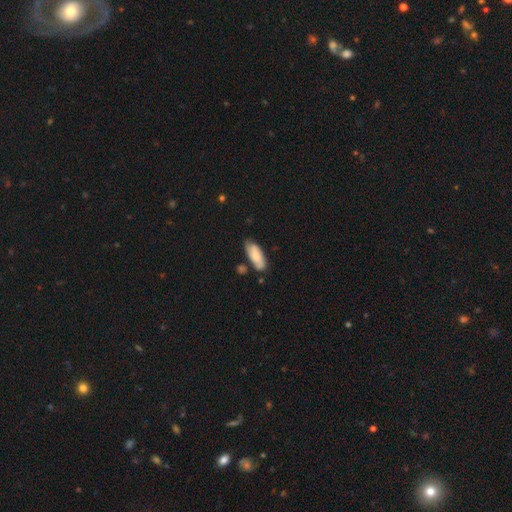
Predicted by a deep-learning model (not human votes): A smooth galaxy with no disk features (71%) that is in between round and cigar-shaped (75%).

Vote fractions:
- Smooth or featured? smooth: 71% / featured or disk: 23% / star or artifact: 7%
- How rounded? in between: 75% / cigar-shaped: 23% / round: 2%
- Merging? none: 68% / minor disturbance: 21% / merger: 8% / major disturbance: 4%